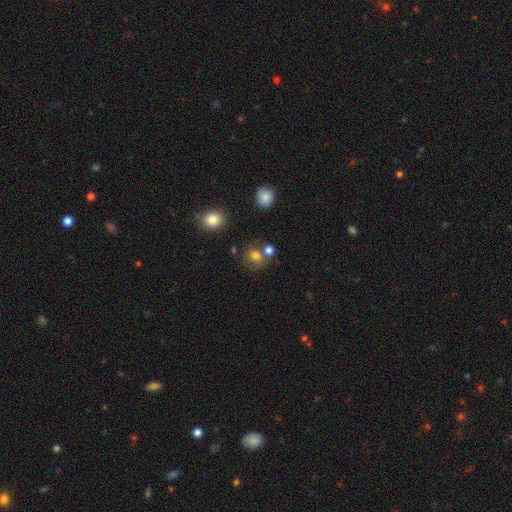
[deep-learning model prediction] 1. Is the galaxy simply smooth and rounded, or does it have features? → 73% smooth, 14% star or artifact, 14% featured or disk.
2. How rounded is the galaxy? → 72% round, 27% in between, 1% cigar-shaped.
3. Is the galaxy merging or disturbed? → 57% none, 23% merger, 14% minor disturbance, 6% major disturbance.